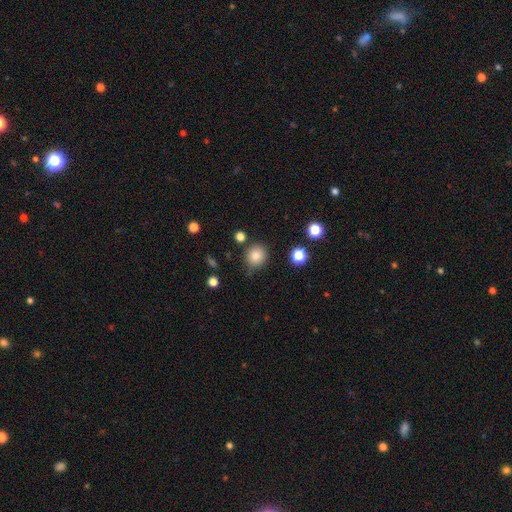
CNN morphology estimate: Smooth or featured: smooth — 83% (star or artifact — 11%)
How rounded: round — 85% (in between — 14%)
Merging: none — 80% (minor disturbance — 13%)